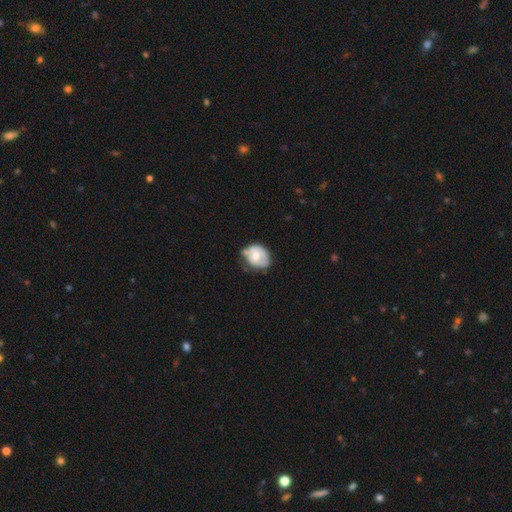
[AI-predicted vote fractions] This is possibly a featured or disk galaxy (48%). Merging: marginally none (40%).